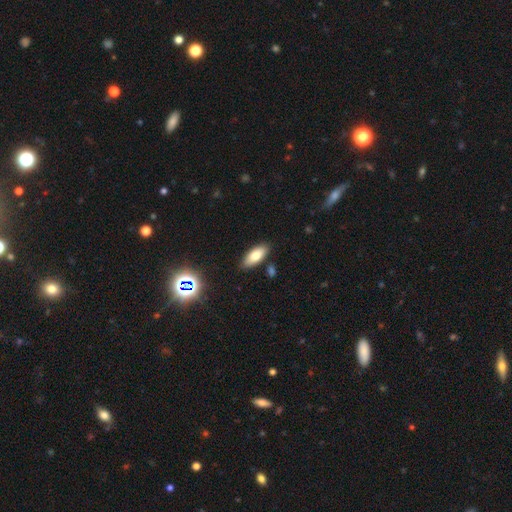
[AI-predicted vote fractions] smooth 77%, featured or disk 15%, star or artifact 9%. Down the decision tree: how rounded — in between (80%); merging — none (84%).